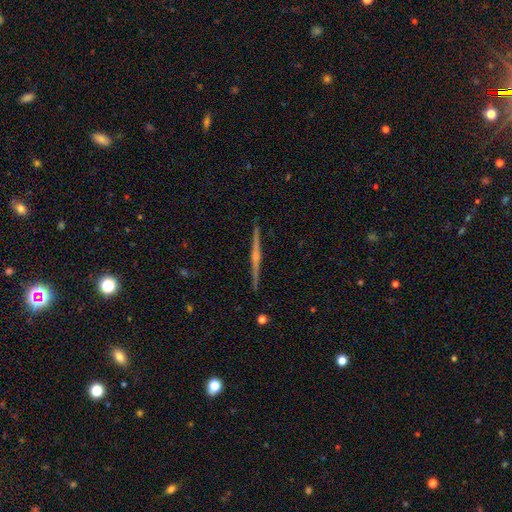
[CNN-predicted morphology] Smooth or featured? featured or disk (81%)
Edge-on disk? yes (99%)
Edge-on bulge? rounded (70%)
Merging? none (93%)